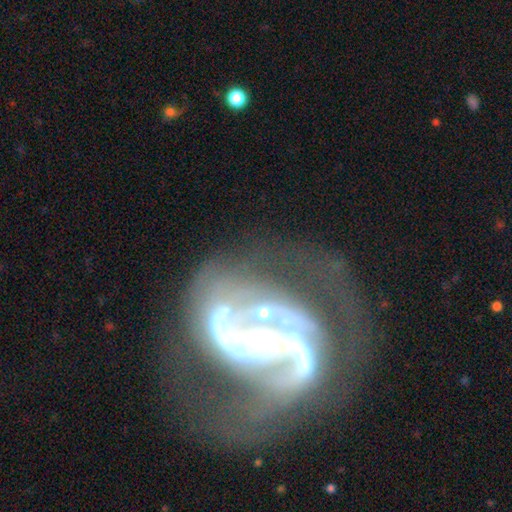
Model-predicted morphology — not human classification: Smooth or featured?
  - featured or disk: 91% *
  - star or artifact: 6%
  - smooth: 3%
Edge-on disk?
  - no: 98% *
  - yes: 2%
Bar?
  - no: 44% *
  - weak: 32%
  - strong: 24%
Spiral arms?
  - yes: 96% *
  - no: 4%
Spiral winding?
  - medium: 53% *
  - loose: 25%
  - tight: 22%
Spiral arm count?
  - 2: 76% *
  - 3: 7%
  - can't tell: 7%
  - 1: 4%
  - 4: 3%
  - more than 4: 3%
Bulge size?
  - moderate: 56% *
  - small: 34%
  - large: 6%
  - none: 3%
  - dominant: 2%
Merging?
  - none: 37% *
  - major disturbance: 30%
  - minor disturbance: 18%
  - merger: 15%